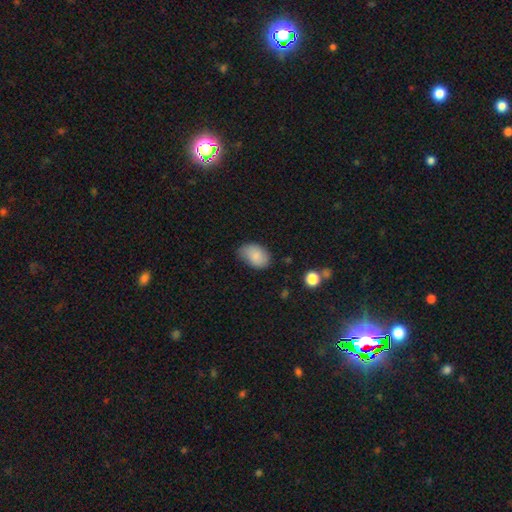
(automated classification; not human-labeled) smooth-or-featured: smooth: 84% | featured or disk: 8% | star or artifact: 8%
  how-rounded: in between: 86% | round: 13% | cigar-shaped: 1%
  merging: none: 59% | minor disturbance: 32% | major disturbance: 7% | merger: 2%